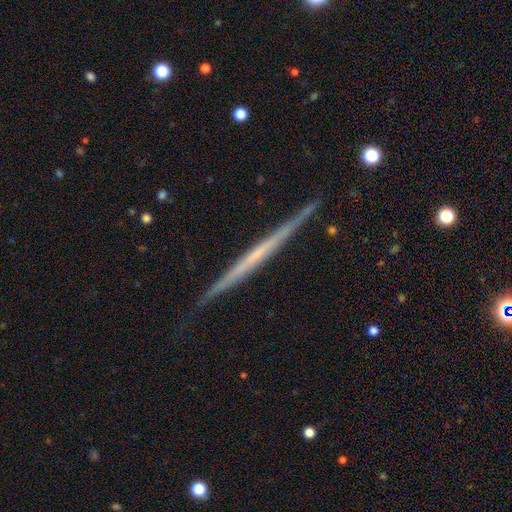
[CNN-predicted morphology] The model was most divided on "smooth or featured": featured or disk: 69%, smooth: 26%, star or artifact: 6%. More confident: edge-on disk — yes (98%); merging — none (90%); edge-on bulge — none (88%).